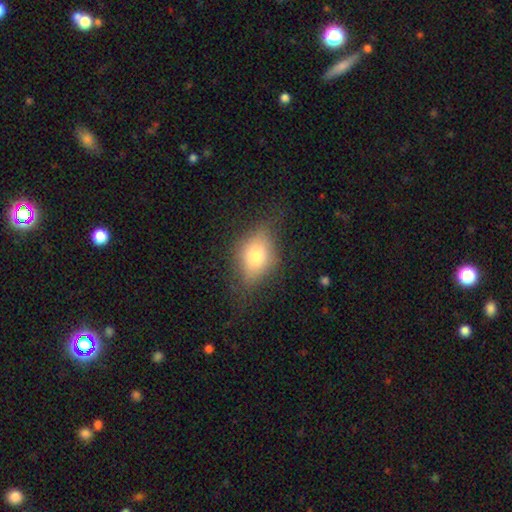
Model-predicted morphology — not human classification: smooth_or_featured: smooth (p=0.68) [alt: featured or disk p=0.22]
how_rounded: in between (p=0.71) [alt: round p=0.26]
merging: none (p=0.62) [alt: minor disturbance p=0.25]